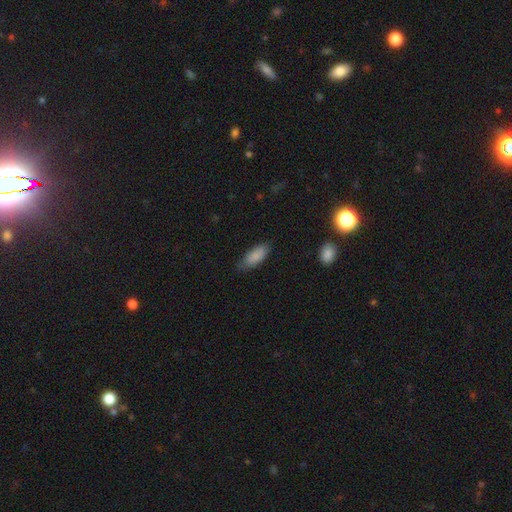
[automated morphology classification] smooth_or_featured: smooth (p=0.87) [alt: star or artifact p=0.06]
how_rounded: in between (p=0.80) [alt: cigar-shaped p=0.18]
merging: none (p=0.73) [alt: minor disturbance p=0.22]